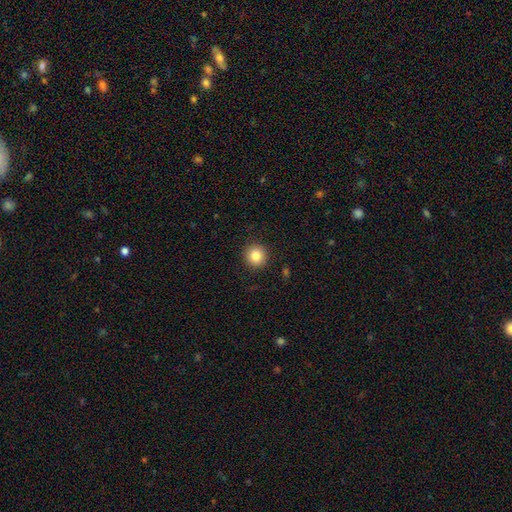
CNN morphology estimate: Smooth or featured? Predicted: smooth (p=0.85). How rounded? Predicted: round (p=0.93). Merging? Predicted: none (p=0.91).